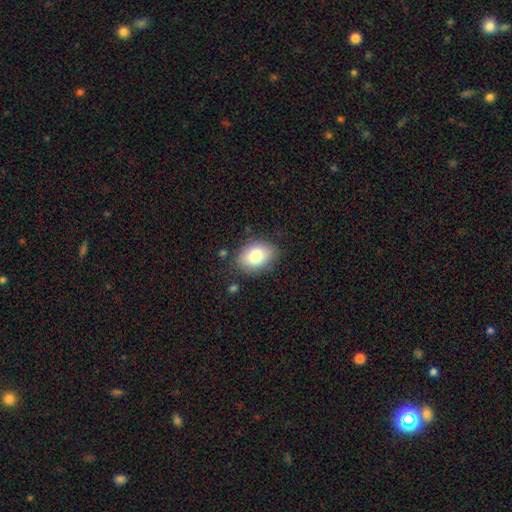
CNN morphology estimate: Smooth or featured: smooth — 79% (featured or disk — 13%)
How rounded: in between — 76% (round — 23%)
Merging: none — 81% (minor disturbance — 13%)